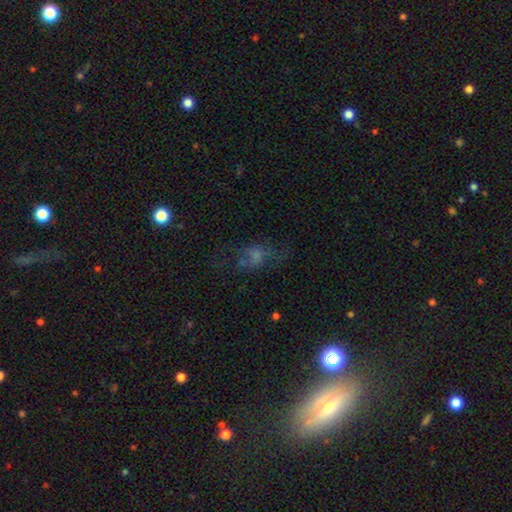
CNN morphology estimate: Q: Smooth or featured?
A: smooth (43%); runner-up: featured or disk (32%)
Q: Merging?
A: none (43%); runner-up: major disturbance (33%)